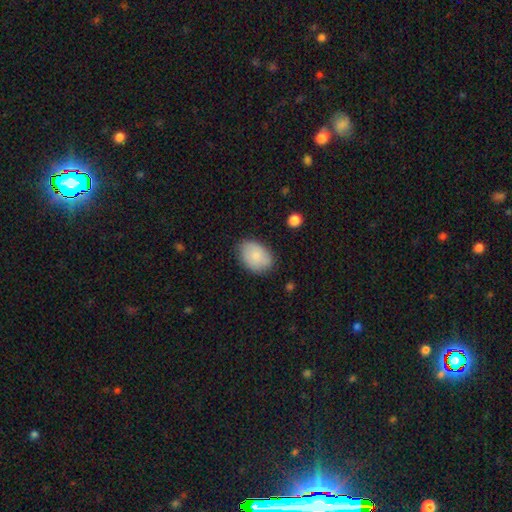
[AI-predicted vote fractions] A smooth galaxy with no disk features (81%) that is in between round and cigar-shaped (81%).

Vote fractions:
- Smooth or featured? smooth: 81% / featured or disk: 13% / star or artifact: 6%
- How rounded? in between: 81% / round: 18% / cigar-shaped: 1%
- Merging? none: 79% / minor disturbance: 16% / major disturbance: 4% / merger: 1%